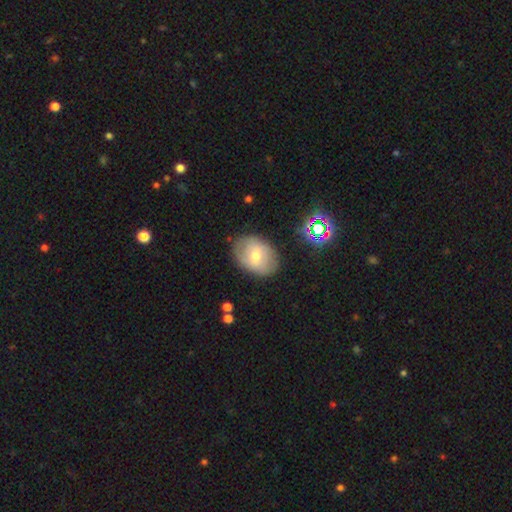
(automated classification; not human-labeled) Smooth or featured? Predicted: smooth (p=0.52). How rounded? Predicted: in between (p=0.72). Merging? Predicted: none (p=0.78).